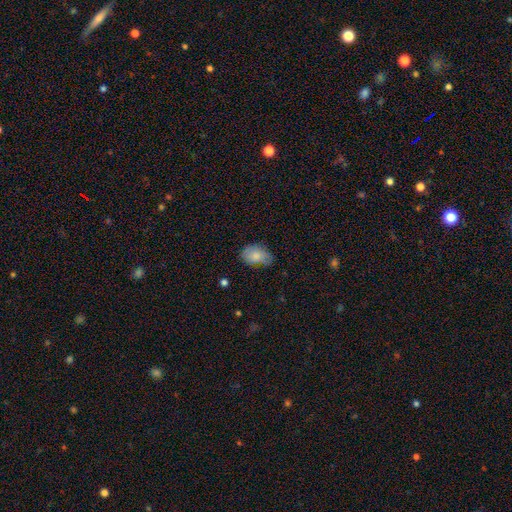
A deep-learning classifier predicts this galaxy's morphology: smooth_or_featured: smooth (p=0.80) [alt: featured or disk p=0.12]
how_rounded: in between (p=0.86) [alt: round p=0.13]
merging: none (p=0.60) [alt: minor disturbance p=0.31]